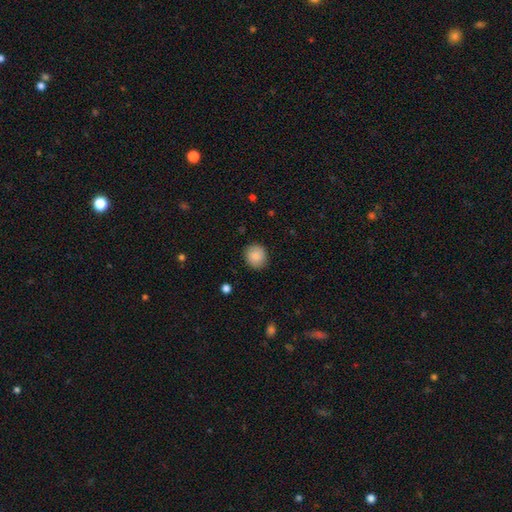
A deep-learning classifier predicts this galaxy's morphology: Smooth or featured? smooth (88%)
How rounded? round (86%)
Merging? none (89%)